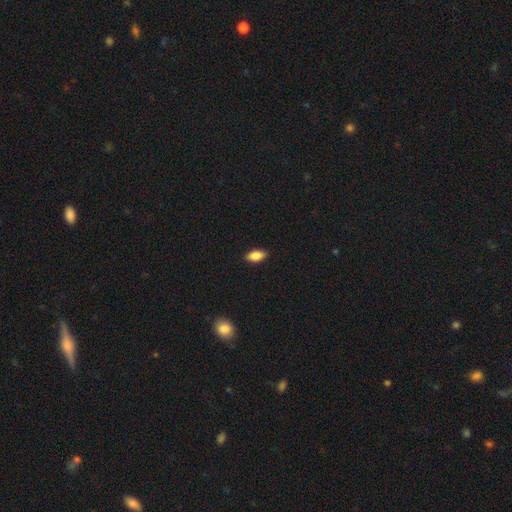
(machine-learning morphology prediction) The model was most divided on "smooth or featured": smooth: 86%, star or artifact: 7%, featured or disk: 7%. More confident: how rounded — in between (91%); merging — none (88%).